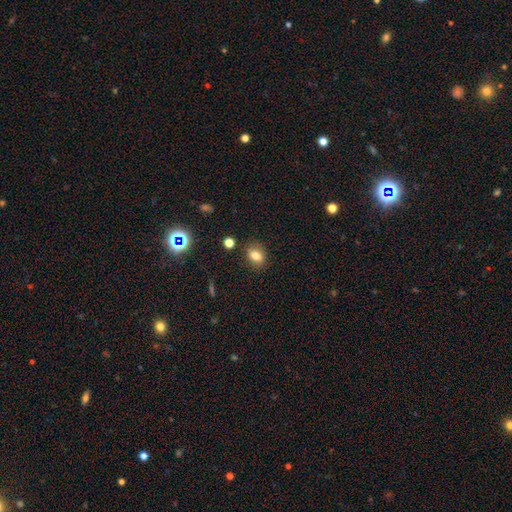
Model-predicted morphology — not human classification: This is likely a smooth galaxy (76%). How rounded: likely in between (62%). Merging: clearly none (82%).